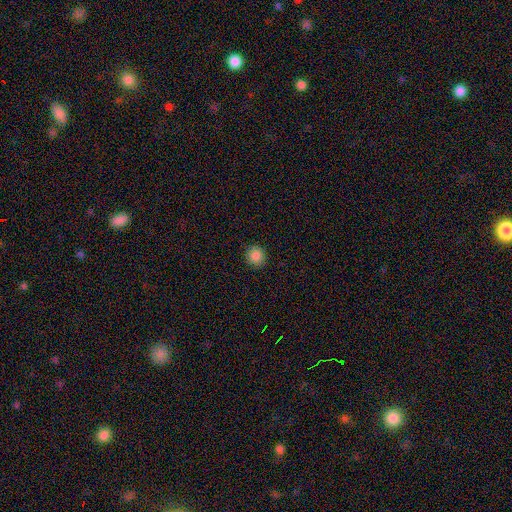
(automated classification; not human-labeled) This appears to be a smooth galaxy with no disk features (86%) that is round (92%). Merging: none (91%).